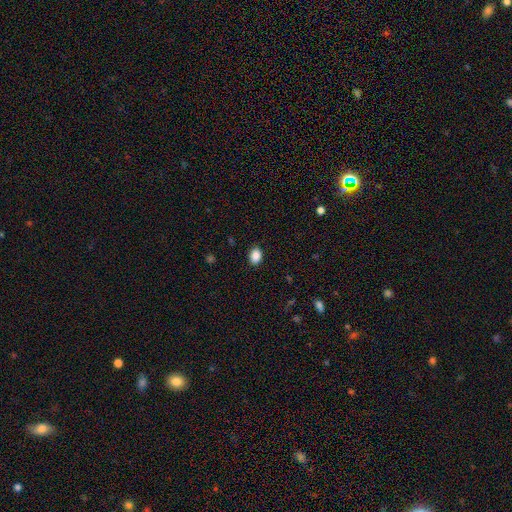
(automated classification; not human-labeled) smooth 89%, star or artifact 8%, featured or disk 3%. Down the decision tree: how rounded — in between (73%); merging — none (88%).